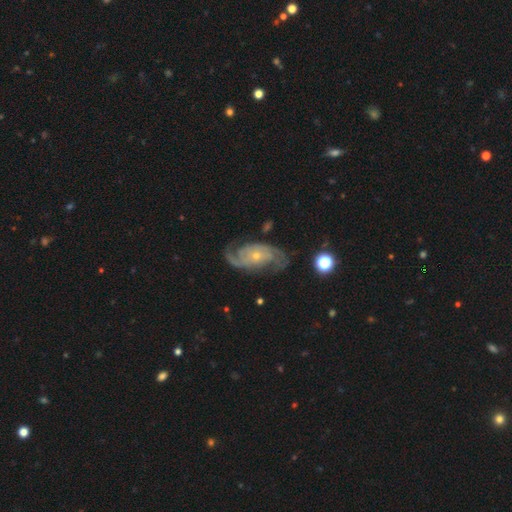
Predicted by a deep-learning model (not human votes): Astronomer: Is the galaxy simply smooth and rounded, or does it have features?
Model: featured or disk — 89%.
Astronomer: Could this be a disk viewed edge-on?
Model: no — 96%.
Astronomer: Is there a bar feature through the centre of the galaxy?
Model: no — 72%.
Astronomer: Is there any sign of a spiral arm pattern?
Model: yes — 97%.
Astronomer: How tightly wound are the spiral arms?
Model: medium — 46% (runner-up: tight, 34%).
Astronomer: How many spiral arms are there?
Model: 2 — 75%.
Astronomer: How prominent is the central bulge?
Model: small — 72%.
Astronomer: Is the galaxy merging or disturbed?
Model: none — 72%.